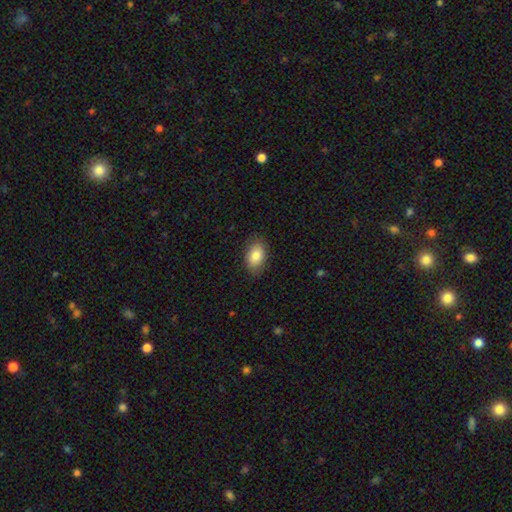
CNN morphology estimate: smooth_or_featured: smooth (p=0.83) [alt: featured or disk p=0.10]
how_rounded: in between (p=0.89) [alt: round p=0.09]
merging: none (p=0.84) [alt: minor disturbance p=0.12]